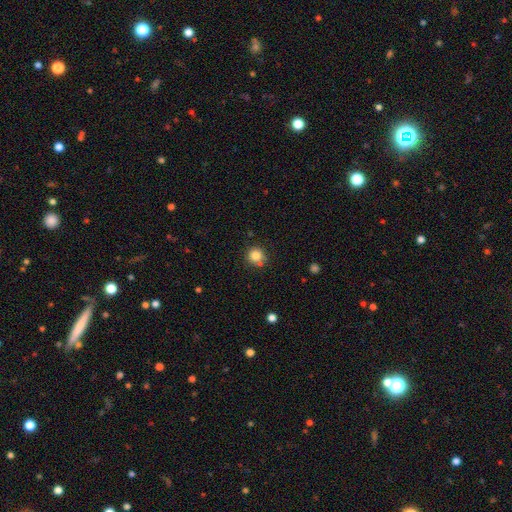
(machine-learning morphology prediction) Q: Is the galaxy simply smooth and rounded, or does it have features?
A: smooth — 83%.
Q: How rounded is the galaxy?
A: round — 92%.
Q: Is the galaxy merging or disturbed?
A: none — 76%.